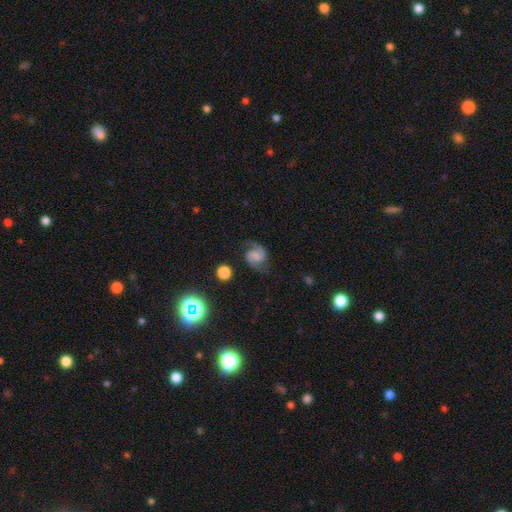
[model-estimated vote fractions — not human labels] smooth-or-featured: featured or disk: 83% | smooth: 9% | star or artifact: 8%
  disk-edge-on: no: 98% | yes: 2%
    bar: no: 47% | weak: 40% | strong: 14%
    has-spiral-arms: yes: 98% | no: 2%
      spiral-winding: medium: 54% | loose: 28% | tight: 18%
      spiral-arm-count: 2: 93% | can't tell: 2% | 1: 2% | 3: 1% | 4: 1% | more than 4: 1%
    bulge-size: none: 57% | small: 19% | moderate: 14% | large: 7% | dominant: 2%
  merging: none: 78% | minor disturbance: 15% | major disturbance: 6% | merger: 2%